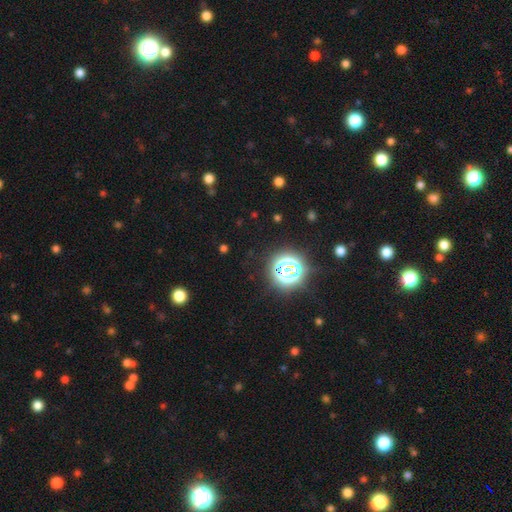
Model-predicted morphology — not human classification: Smooth or featured: star or artifact — 79% (smooth — 14%)